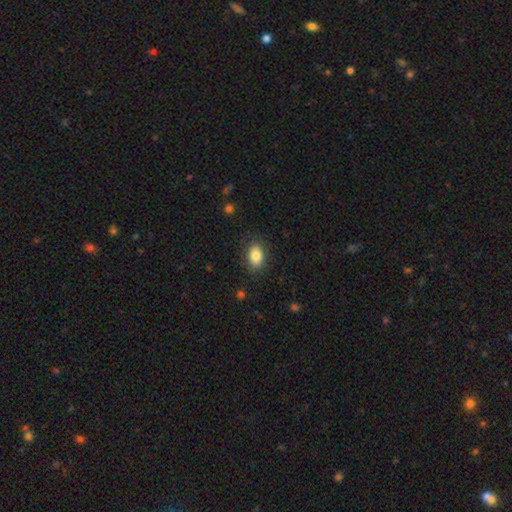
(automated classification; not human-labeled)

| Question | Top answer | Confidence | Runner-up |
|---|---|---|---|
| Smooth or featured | smooth | 83% | featured or disk (9%) |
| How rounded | in between | 83% | round (15%) |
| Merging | none | 85% | minor disturbance (11%) |